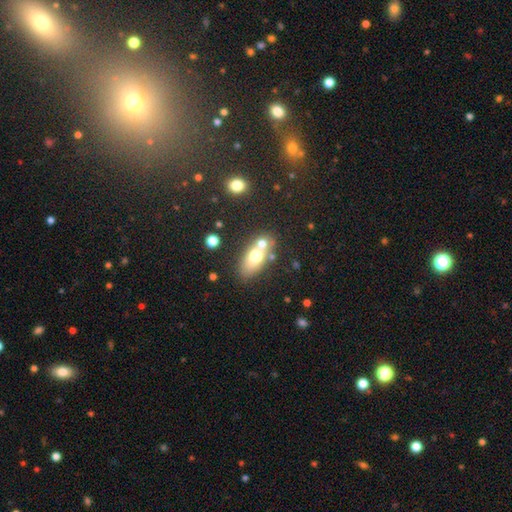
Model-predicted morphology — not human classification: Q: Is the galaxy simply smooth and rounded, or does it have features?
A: smooth — 65%.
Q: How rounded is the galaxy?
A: in between — 79%.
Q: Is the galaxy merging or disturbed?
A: none — 48%.